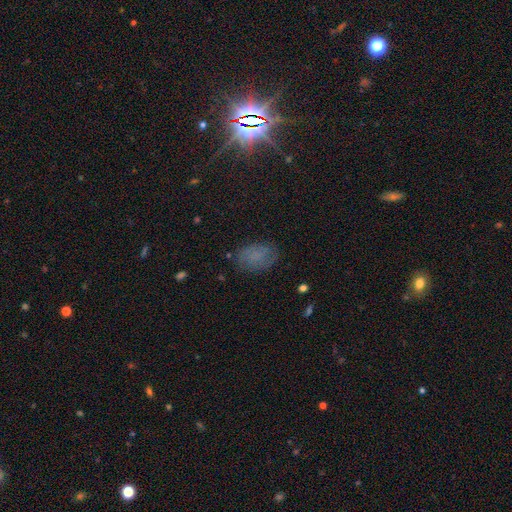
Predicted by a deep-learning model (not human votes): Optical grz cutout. It shows a smooth galaxy with no disk features (63%) that is in between round and cigar-shaped (85%). Merging: none (73%).